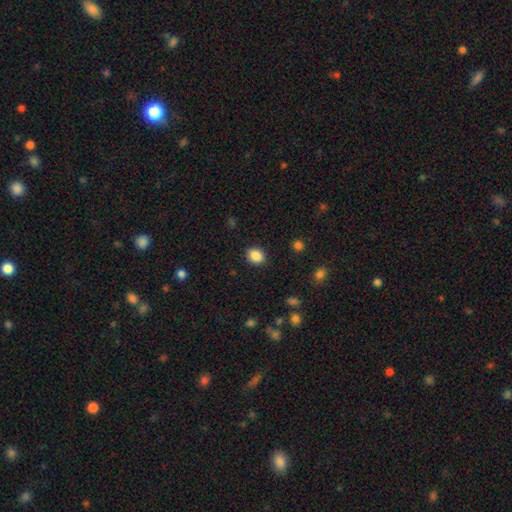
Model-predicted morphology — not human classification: A smooth galaxy with no disk features (87%) that is round (55%). Merging: none (90%).